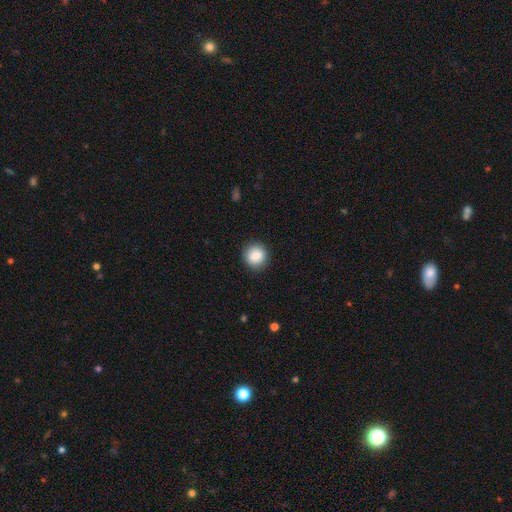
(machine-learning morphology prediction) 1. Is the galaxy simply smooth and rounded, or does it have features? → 88% smooth, 8% star or artifact, 4% featured or disk.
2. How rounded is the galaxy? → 87% round, 12% in between, 1% cigar-shaped.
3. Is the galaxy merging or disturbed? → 88% none, 9% minor disturbance, 2% major disturbance, 1% merger.